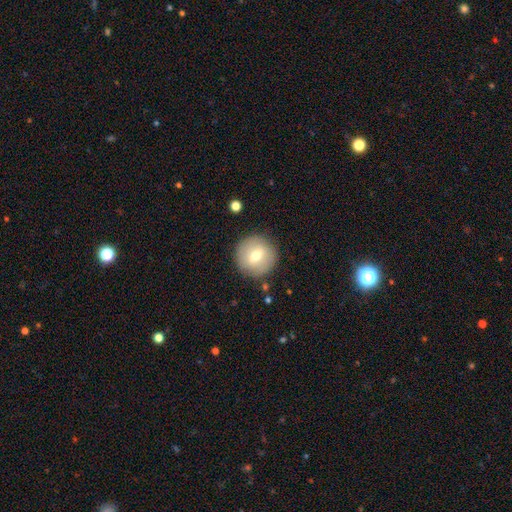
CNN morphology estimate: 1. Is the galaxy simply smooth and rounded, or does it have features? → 65% smooth, 27% featured or disk, 8% star or artifact.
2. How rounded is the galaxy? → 95% round, 4% in between, 1% cigar-shaped.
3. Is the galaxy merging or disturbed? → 87% none, 8% minor disturbance, 3% major disturbance, 2% merger.